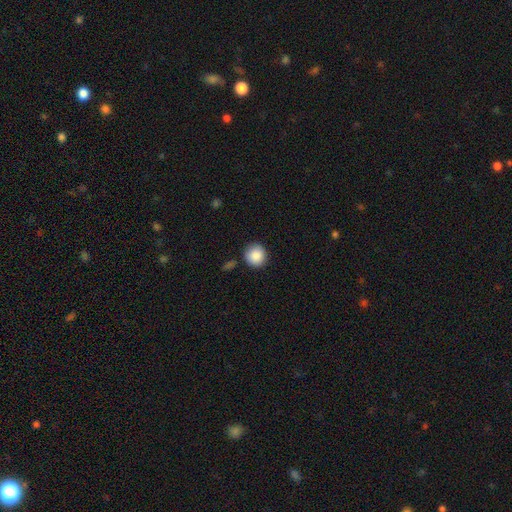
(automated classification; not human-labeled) smooth 88%, star or artifact 8%, featured or disk 4%. Down the decision tree: how rounded — round (91%); merging — none (84%).